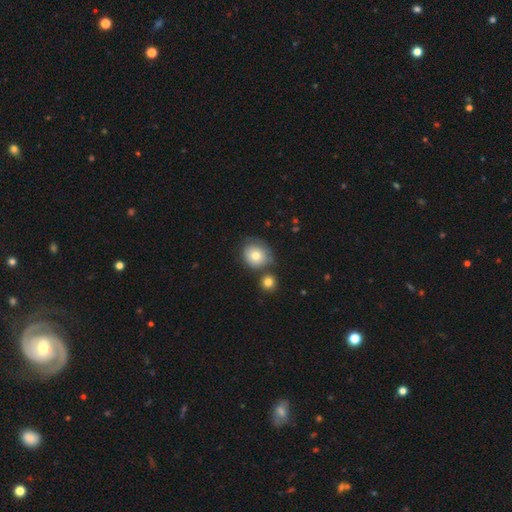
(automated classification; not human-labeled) Morphology: type=smooth (76%); roundness=round (82%); merging=none (59%).